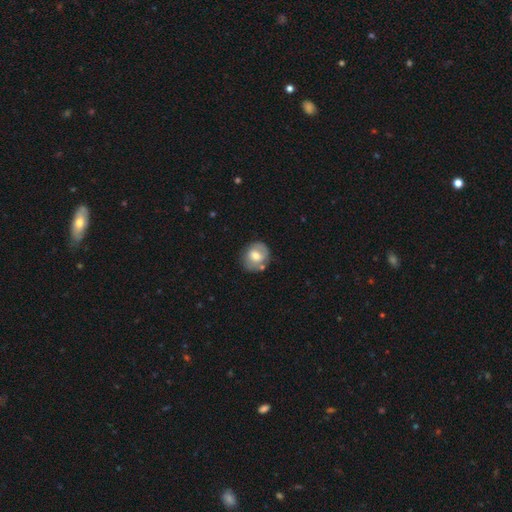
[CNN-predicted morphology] smooth 58%, featured or disk 35%, star or artifact 7%. Down the decision tree: how rounded — round (73%); merging — none (69%).